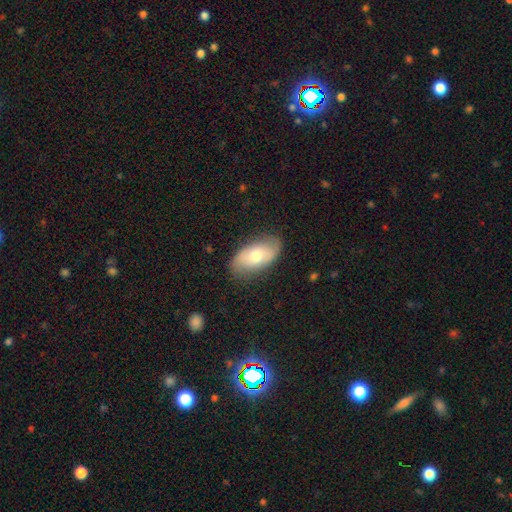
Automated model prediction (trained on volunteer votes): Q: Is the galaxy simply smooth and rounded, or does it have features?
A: smooth — 59%.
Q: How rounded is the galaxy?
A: in between — 93%.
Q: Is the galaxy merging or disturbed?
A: none — 79%.